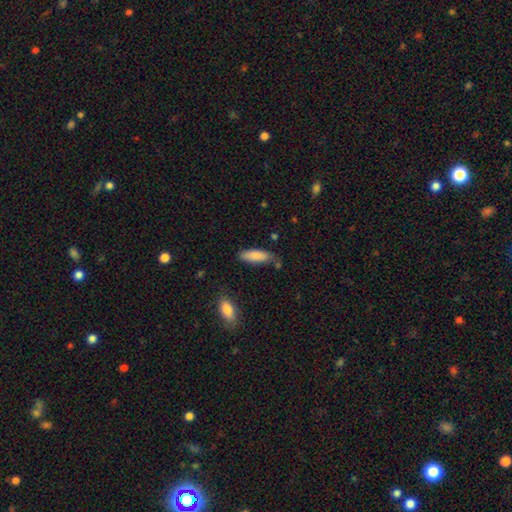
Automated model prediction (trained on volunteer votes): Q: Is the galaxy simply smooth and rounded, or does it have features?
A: smooth — 86%.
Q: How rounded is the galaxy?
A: in between — 54%.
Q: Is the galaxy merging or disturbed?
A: none — 73%.